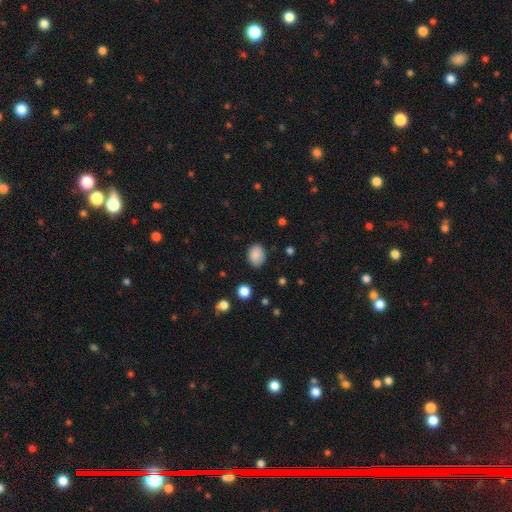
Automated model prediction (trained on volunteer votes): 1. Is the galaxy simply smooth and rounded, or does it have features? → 88% smooth, 8% star or artifact, 4% featured or disk.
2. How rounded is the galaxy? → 60% in between, 39% round, 1% cigar-shaped.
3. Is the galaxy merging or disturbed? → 82% none, 14% minor disturbance, 3% major disturbance, 1% merger.